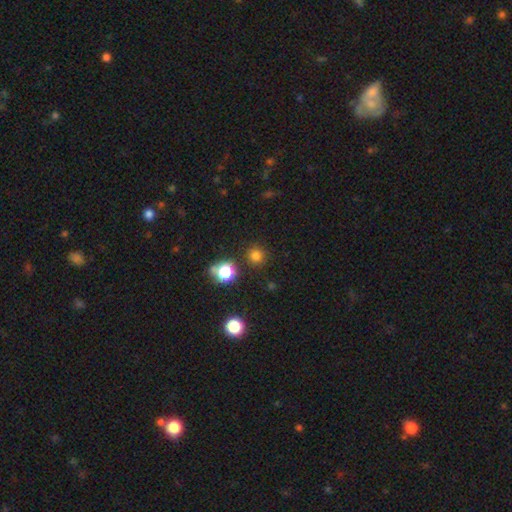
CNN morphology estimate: smooth_or_featured: smooth (p=0.76) [alt: star or artifact p=0.20]
how_rounded: round (p=0.93) [alt: in between p=0.06]
merging: none (p=0.86) [alt: minor disturbance p=0.07]